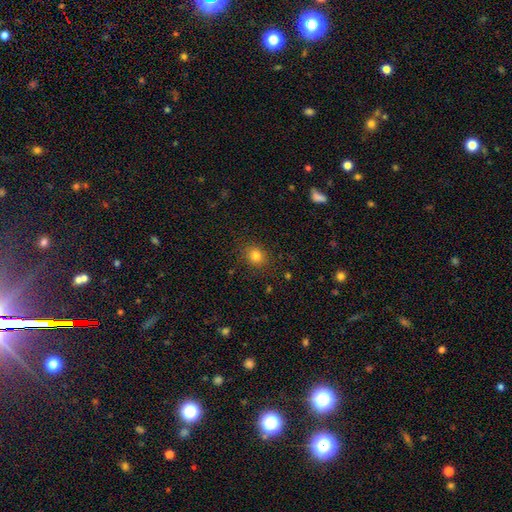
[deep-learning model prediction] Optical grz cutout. It shows a smooth galaxy with no disk features (82%) that is round (70%). Merging: none (87%).